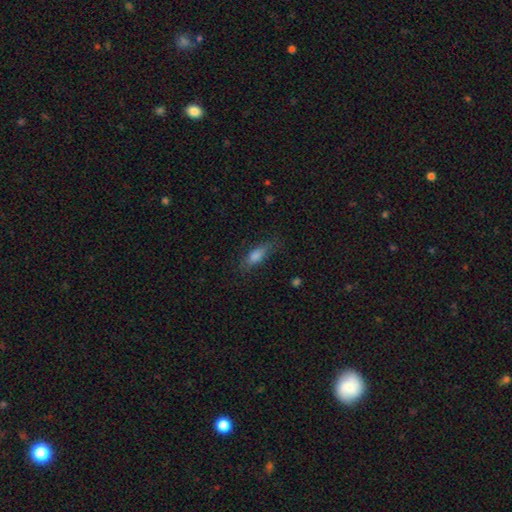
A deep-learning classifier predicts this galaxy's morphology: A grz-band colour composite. It shows a smooth galaxy with no disk features (67%) that is cigar-shaped (50%). Merging: none (75%).